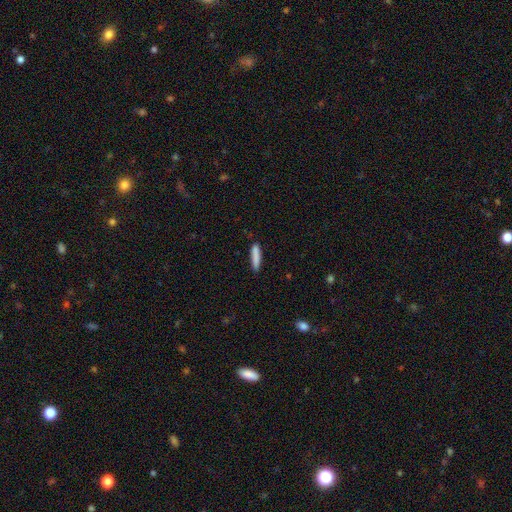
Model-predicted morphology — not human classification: Smooth or featured? Predicted: smooth (p=0.85). How rounded? Predicted: cigar-shaped (p=0.87). Merging? Predicted: none (p=0.86).